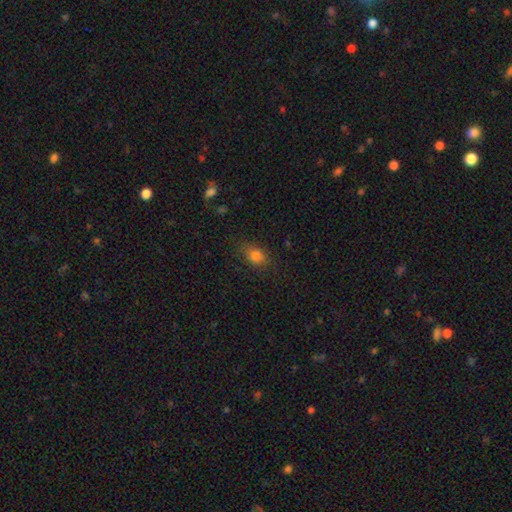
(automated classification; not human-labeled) Smooth or featured?
  - smooth: 81% *
  - star or artifact: 13%
  - featured or disk: 7%
How rounded?
  - in between: 65% *
  - round: 32%
  - cigar-shaped: 2%
Merging?
  - none: 77% *
  - minor disturbance: 17%
  - major disturbance: 5%
  - merger: 1%